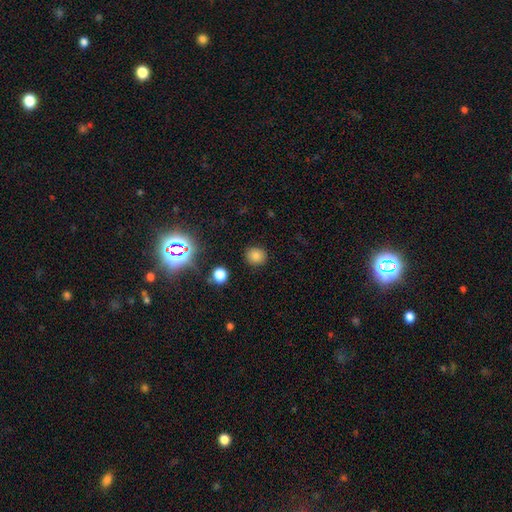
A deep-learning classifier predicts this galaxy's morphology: The model was most divided on "smooth or featured": smooth: 79%, star or artifact: 16%, featured or disk: 6%. More confident: merging — none (89%); how rounded — round (83%).